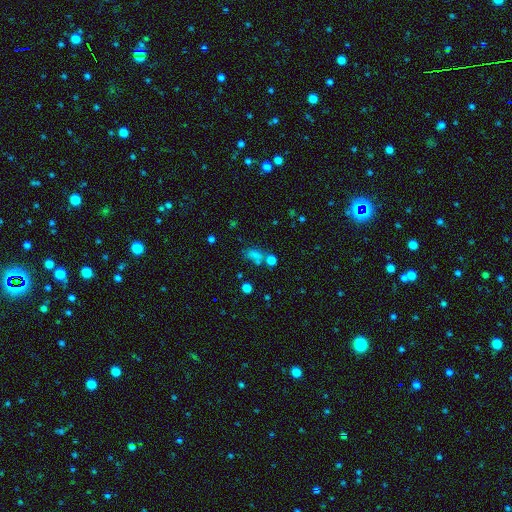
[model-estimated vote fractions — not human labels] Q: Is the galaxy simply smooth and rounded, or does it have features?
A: smooth — 67%.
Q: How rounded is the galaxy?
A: in between — 70%.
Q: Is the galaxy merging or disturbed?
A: none — 43%.